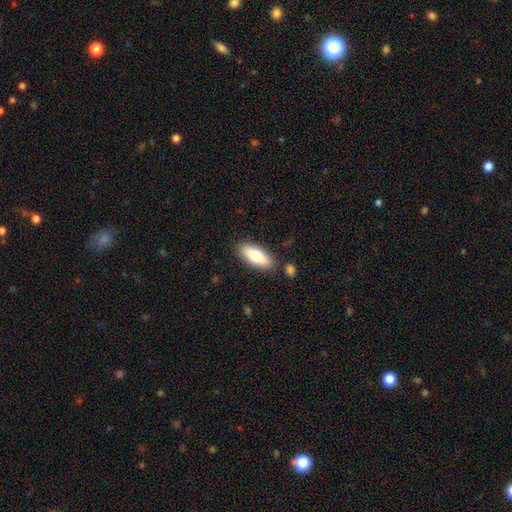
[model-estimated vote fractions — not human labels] smooth 74%, featured or disk 20%, star or artifact 6%. Down the decision tree: how rounded — in between (76%); merging — none (84%).